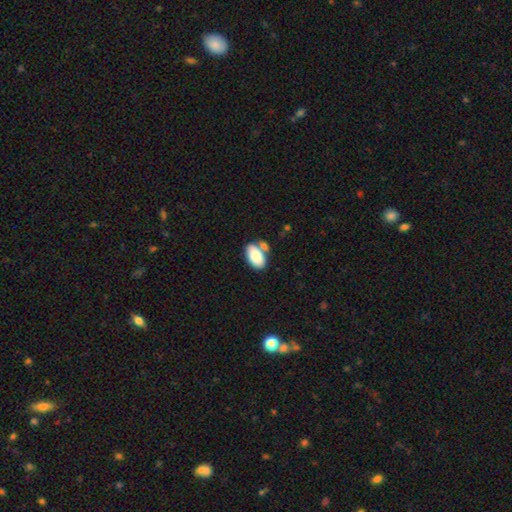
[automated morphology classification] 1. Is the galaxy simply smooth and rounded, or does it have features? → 86% smooth, 7% featured or disk, 7% star or artifact.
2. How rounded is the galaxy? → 94% in between, 4% round, 2% cigar-shaped.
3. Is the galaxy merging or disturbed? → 57% none, 24% merger, 15% minor disturbance, 4% major disturbance.